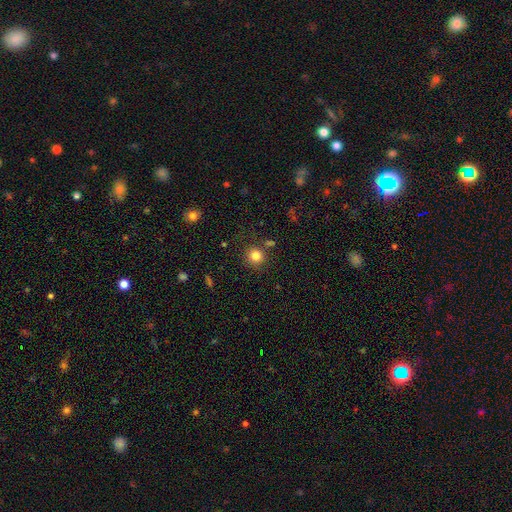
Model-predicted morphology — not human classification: This appears to be a smooth galaxy with no disk features (82%) that is round (91%). Merging: none (82%).